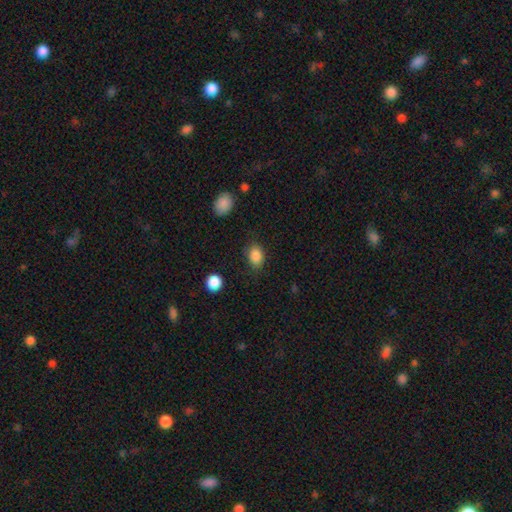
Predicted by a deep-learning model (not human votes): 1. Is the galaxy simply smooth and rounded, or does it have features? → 86% smooth, 9% star or artifact, 5% featured or disk.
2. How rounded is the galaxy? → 71% in between, 28% round, 1% cigar-shaped.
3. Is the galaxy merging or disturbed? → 78% none, 16% minor disturbance, 4% major disturbance, 2% merger.